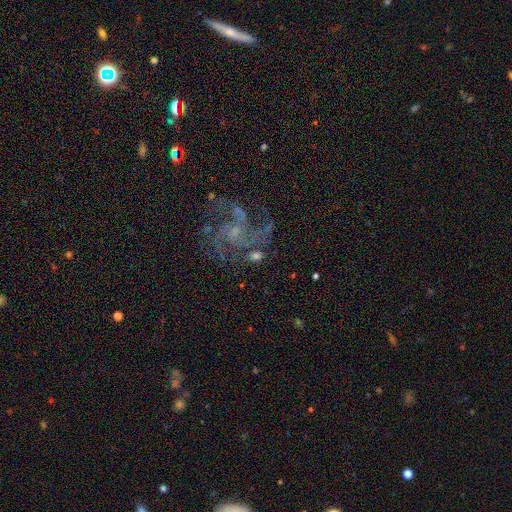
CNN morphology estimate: featured or disk 63%, smooth 23%, star or artifact 13%. Down the decision tree: edge-on disk — no (97%); bar — no (54%); spiral arms — yes (83%); spiral arm count — 3 (26%); spiral winding — medium (45%); bulge size — small (47%); merging — none (53%).